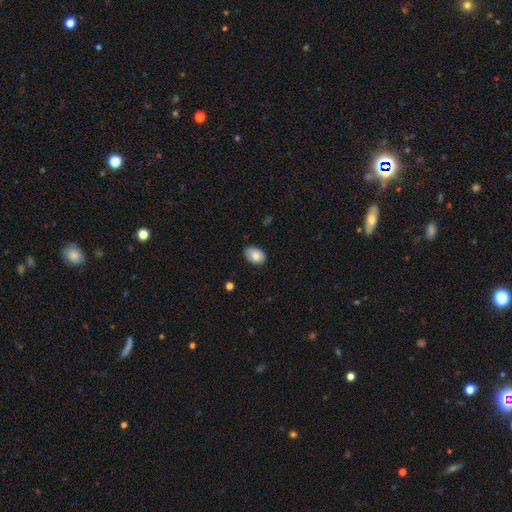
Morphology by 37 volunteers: Smooth or featured? smooth (86%)
How rounded? in between (97%)
Merging? none (63%)